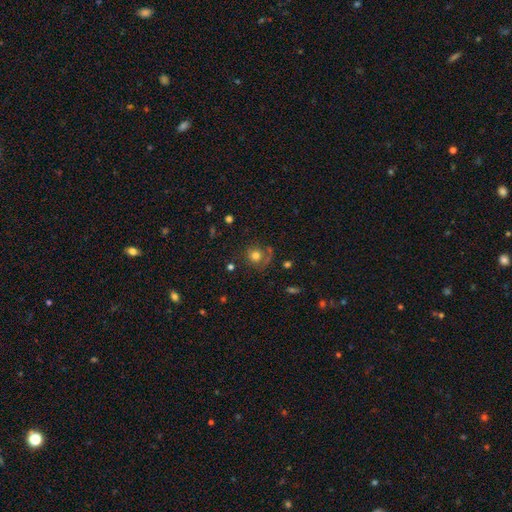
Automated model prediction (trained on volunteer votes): Smooth or featured? Predicted: smooth (p=0.70). How rounded? Predicted: round (p=0.87). Merging? Predicted: none (p=0.61).